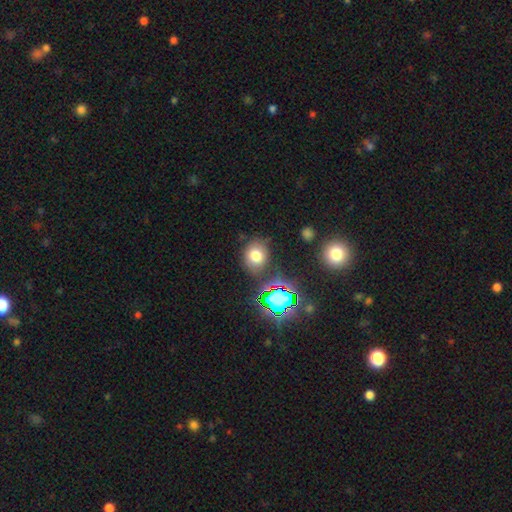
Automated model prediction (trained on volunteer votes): Smooth or featured?
  - smooth: 72% *
  - star or artifact: 18%
  - featured or disk: 11%
How rounded?
  - round: 57% *
  - in between: 42%
  - cigar-shaped: 1%
Merging?
  - none: 75% *
  - minor disturbance: 15%
  - major disturbance: 5%
  - merger: 5%